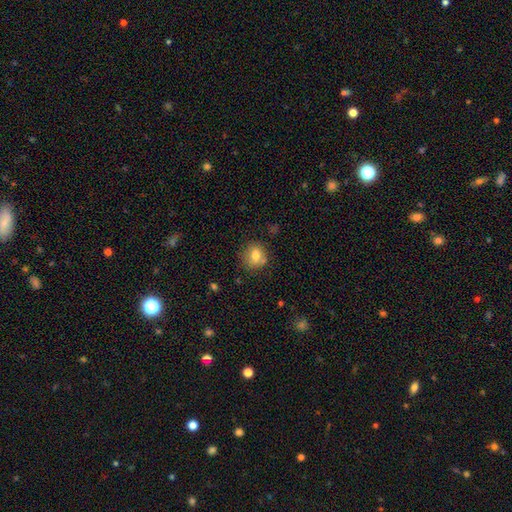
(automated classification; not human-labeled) Morphology: type=smooth (77%); roundness=round (75%); merging=none (71%).